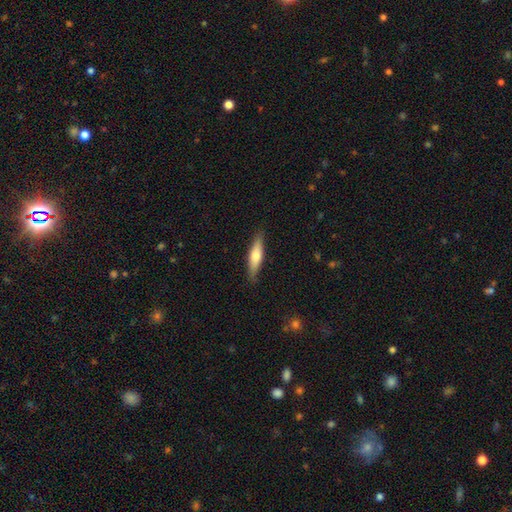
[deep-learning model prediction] Smooth or featured: smooth — 58% (featured or disk — 36%)
How rounded: cigar-shaped — 74% (in between — 24%)
Merging: none — 87% (minor disturbance — 10%)